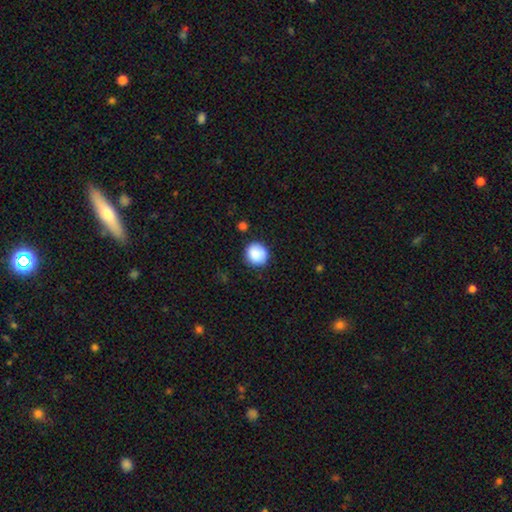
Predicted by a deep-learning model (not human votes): A smooth galaxy with no disk features (88%) that is round (90%).

Vote fractions:
- Smooth or featured? smooth: 88% / star or artifact: 8% / featured or disk: 4%
- How rounded? round: 90% / in between: 9% / cigar-shaped: 1%
- Merging? none: 86% / minor disturbance: 9% / major disturbance: 2% / merger: 2%